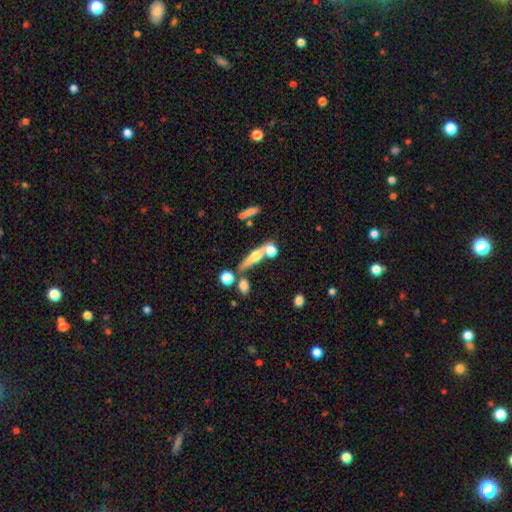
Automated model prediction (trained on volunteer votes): A featured or disk galaxy (53%) viewed edge-on (88%). Merging: none (58%).